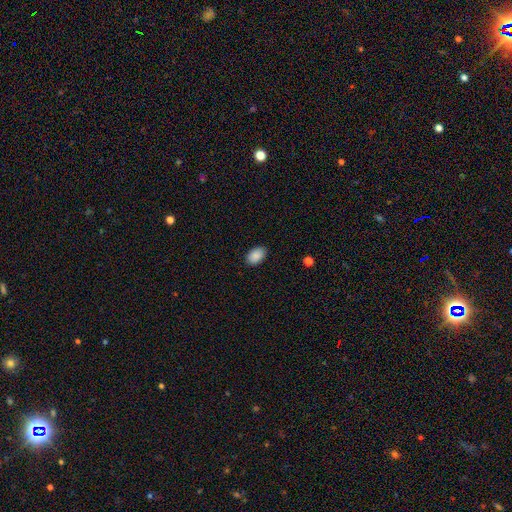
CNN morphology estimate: A smooth galaxy with no disk features (89%) that is in between round and cigar-shaped (88%).

Vote fractions:
- Smooth or featured? smooth: 89% / star or artifact: 7% / featured or disk: 3%
- How rounded? in between: 88% / round: 11% / cigar-shaped: 1%
- Merging? none: 88% / minor disturbance: 9% / major disturbance: 2% / merger: 1%